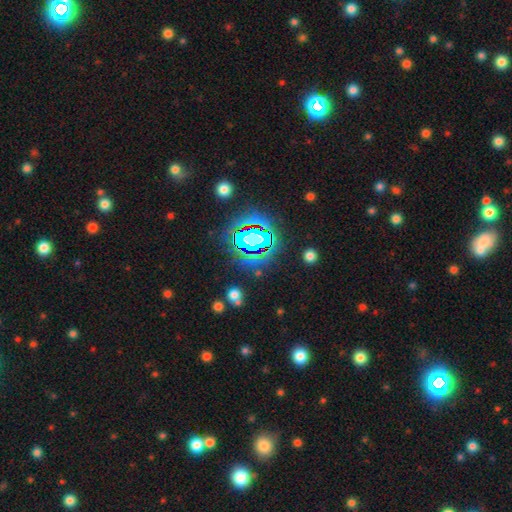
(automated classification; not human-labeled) This appears to be a star or artifact, not a galaxy (81%).